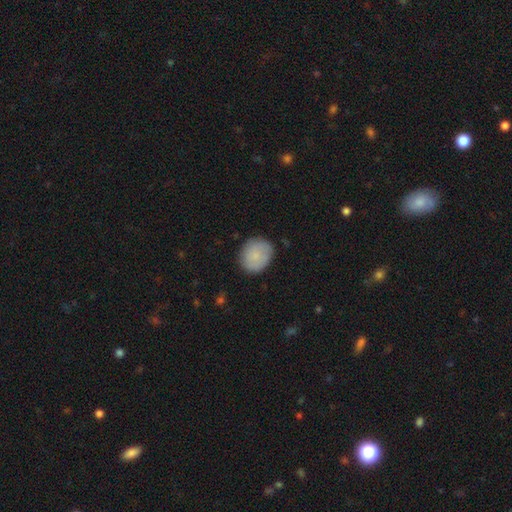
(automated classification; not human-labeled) Overall: smooth (83%). How rounded: round (66%; in between 33%). Merging: none (80%).